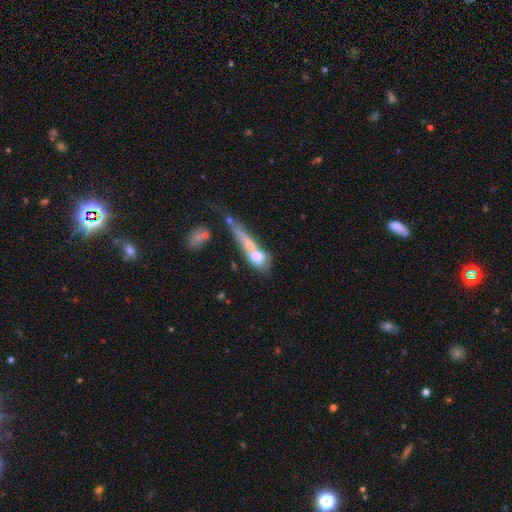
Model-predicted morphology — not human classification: A smooth galaxy with no disk features (52%) that is in between round and cigar-shaped (39%). Merging: merger (53%).